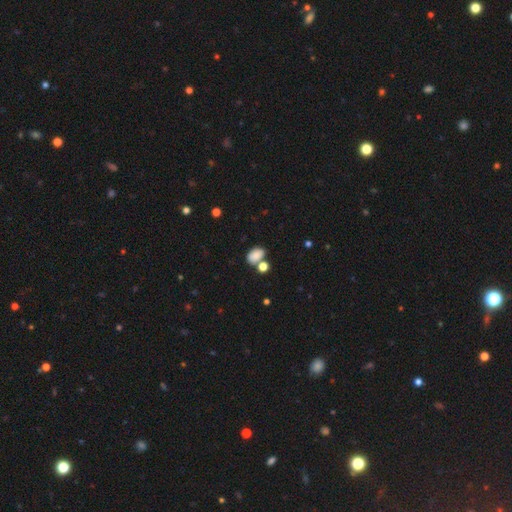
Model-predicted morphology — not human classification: Q: Smooth or featured?
A: smooth (83%); runner-up: star or artifact (10%)
Q: How rounded?
A: in between (82%); runner-up: round (17%)
Q: Merging?
A: none (53%); runner-up: merger (28%)